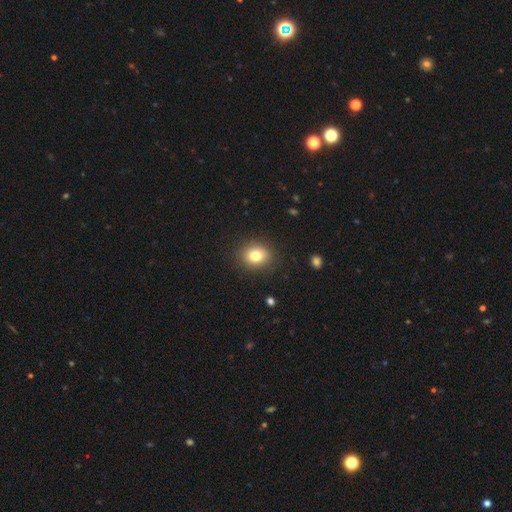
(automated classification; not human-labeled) Smooth or featured? Predicted: smooth (p=0.80). How rounded? Predicted: round (p=0.67). Merging? Predicted: none (p=0.88).